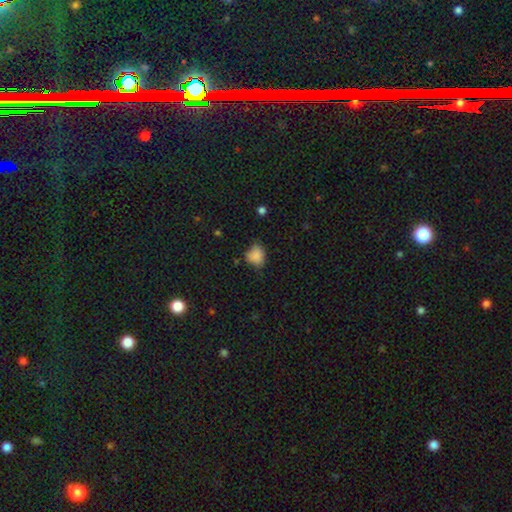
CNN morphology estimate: Smooth or featured? smooth (84%)
How rounded? round (57%)
Merging? none (58%)